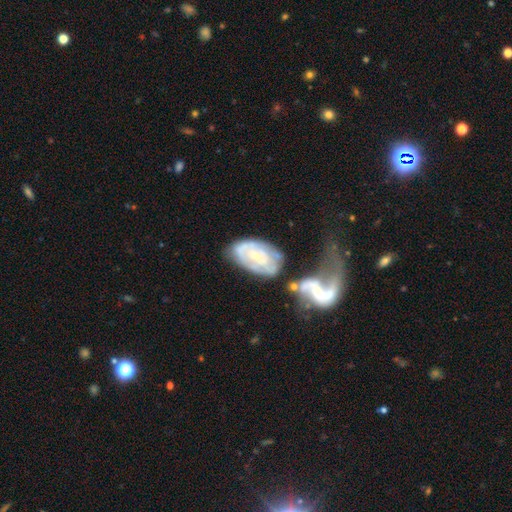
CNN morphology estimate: Smooth or featured?
  - featured or disk: 72% *
  - smooth: 22%
  - star or artifact: 6%
Edge-on disk?
  - no: 96% *
  - yes: 4%
Bar?
  - no: 62% *
  - weak: 30%
  - strong: 8%
Spiral arms?
  - yes: 75% *
  - no: 25%
Spiral winding?
  - tight: 50% *
  - medium: 32%
  - loose: 18%
Spiral arm count?
  - can't tell: 43% *
  - 2: 35%
  - 3: 8%
  - 1: 7%
  - 4: 3%
  - more than 4: 3%
Bulge size?
  - small: 64% *
  - moderate: 26%
  - none: 7%
  - large: 2%
  - dominant: 1%
Merging?
  - merger: 33% *
  - none: 32%
  - minor disturbance: 20%
  - major disturbance: 15%